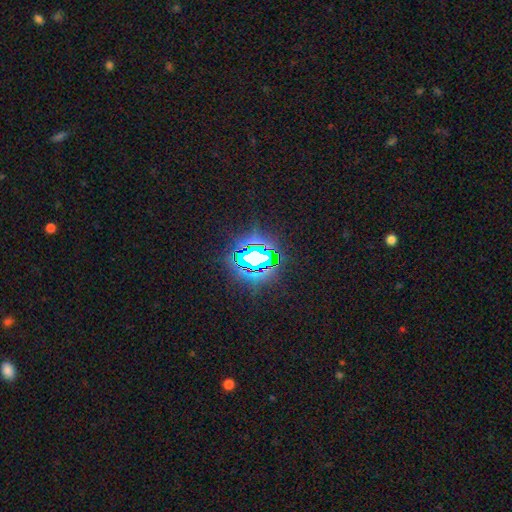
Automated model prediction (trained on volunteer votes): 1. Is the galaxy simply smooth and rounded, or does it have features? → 74% star or artifact, 16% smooth, 11% featured or disk.